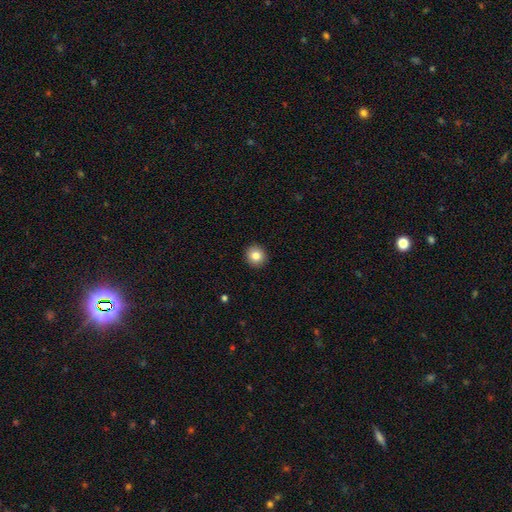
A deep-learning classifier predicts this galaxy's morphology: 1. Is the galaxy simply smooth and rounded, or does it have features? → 84% smooth, 9% star or artifact, 7% featured or disk.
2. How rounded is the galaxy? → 90% round, 9% in between, 1% cigar-shaped.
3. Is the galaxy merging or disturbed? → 92% none, 5% minor disturbance, 2% major disturbance, 1% merger.